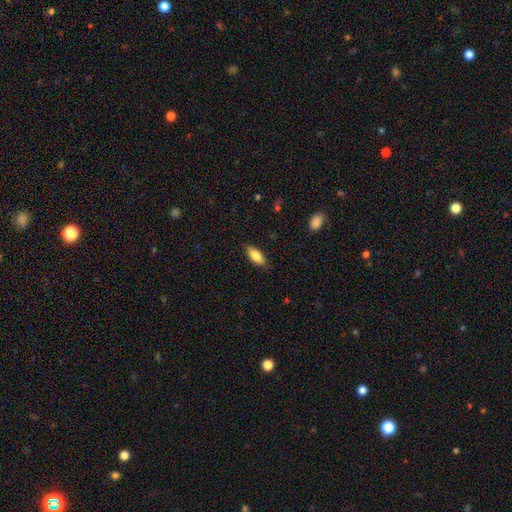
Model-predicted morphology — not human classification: A smooth galaxy with no disk features (83%) that is in between round and cigar-shaped (79%). Merging: none (84%).